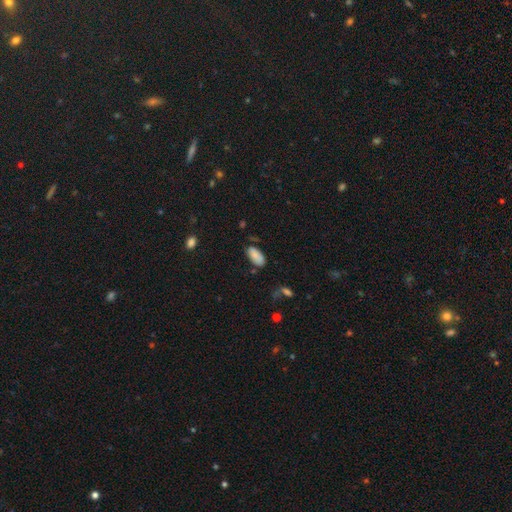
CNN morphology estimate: The model was most divided on "merging": none: 69%, minor disturbance: 22%, major disturbance: 6%, merger: 4%. More confident: how rounded — in between (93%); smooth or featured — smooth (86%).